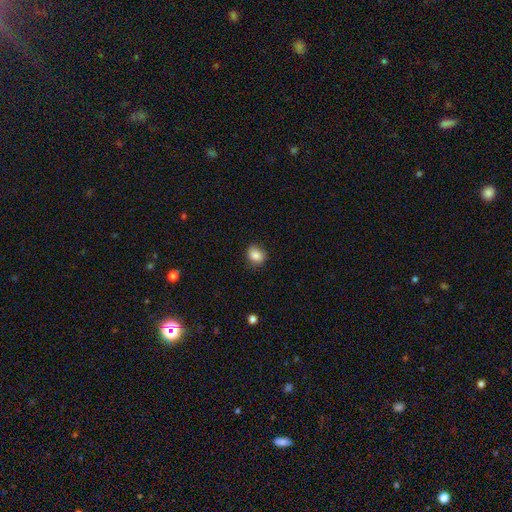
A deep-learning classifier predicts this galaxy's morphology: A smooth galaxy with no disk features (85%) that is round (63%). Merging: none (81%).